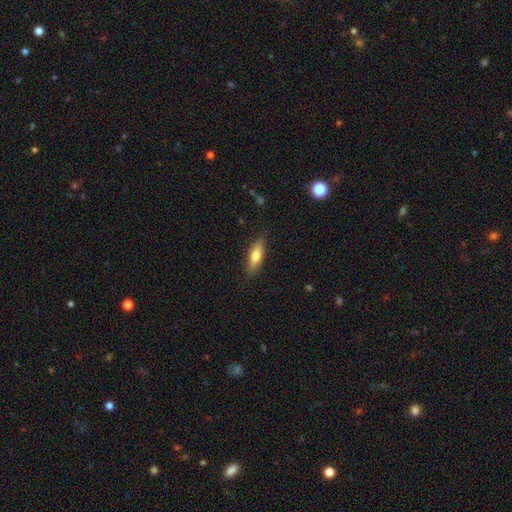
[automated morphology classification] This appears to be a smooth galaxy with no disk features (62%) that is cigar-shaped (55%). Merging: none (85%).